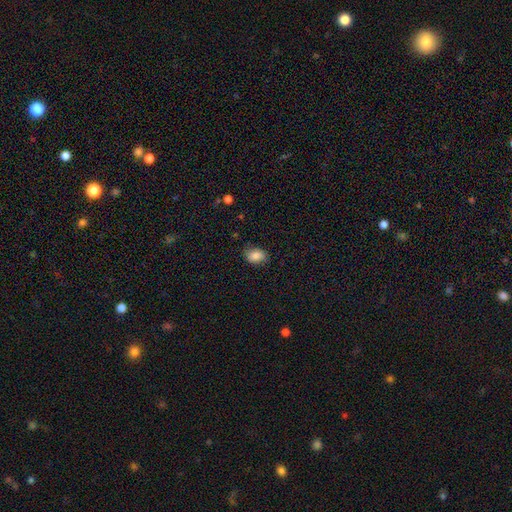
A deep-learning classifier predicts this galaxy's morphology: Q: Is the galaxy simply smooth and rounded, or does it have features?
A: smooth — 83%.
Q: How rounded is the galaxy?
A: in between — 76%.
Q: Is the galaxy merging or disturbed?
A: none — 77%.